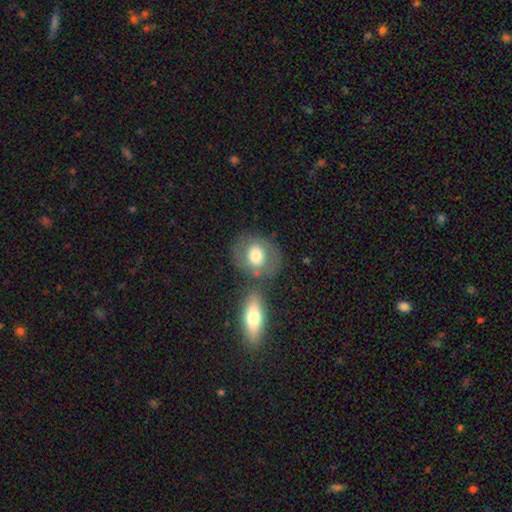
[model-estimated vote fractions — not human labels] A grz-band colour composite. It shows a smooth galaxy with no disk features (63%) that is round (56%). Merging: none (56%).